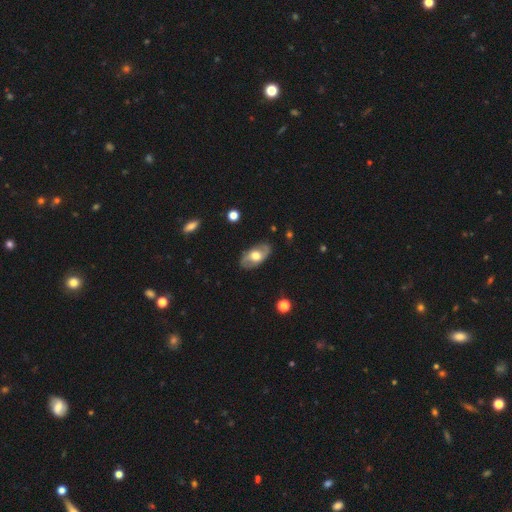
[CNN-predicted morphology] The model was most divided on "smooth or featured": featured or disk: 56%, smooth: 38%, star or artifact: 6%. More confident: edge-on disk — no (87%); merging — none (82%).